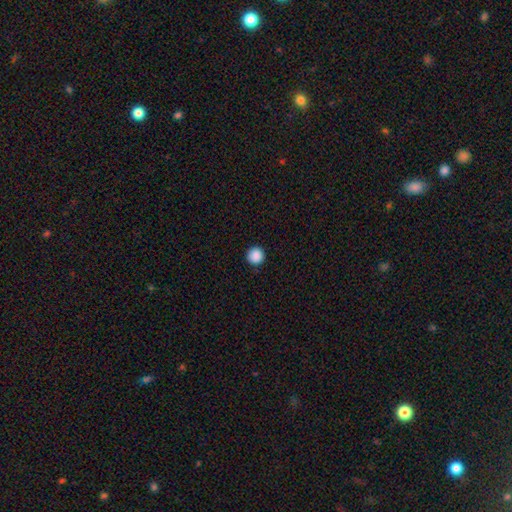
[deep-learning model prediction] Smooth or featured?
  - smooth: 89% *
  - star or artifact: 9%
  - featured or disk: 2%
How rounded?
  - round: 96% *
  - in between: 3%
  - cigar-shaped: 1%
Merging?
  - none: 92% *
  - minor disturbance: 5%
  - major disturbance: 2%
  - merger: 1%